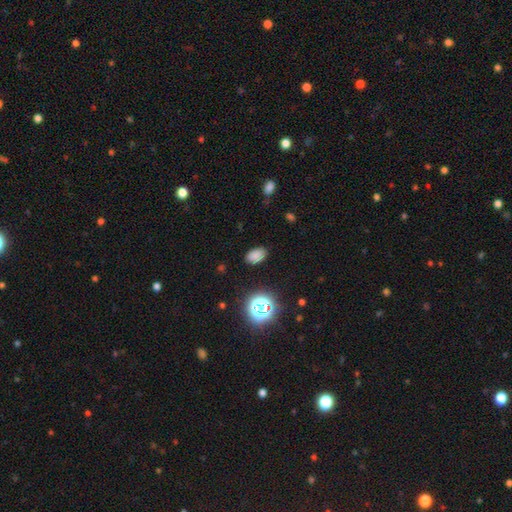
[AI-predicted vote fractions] Smooth or featured: smooth — 77% (star or artifact — 17%)
How rounded: in between — 88% (round — 11%)
Merging: none — 85% (minor disturbance — 10%)